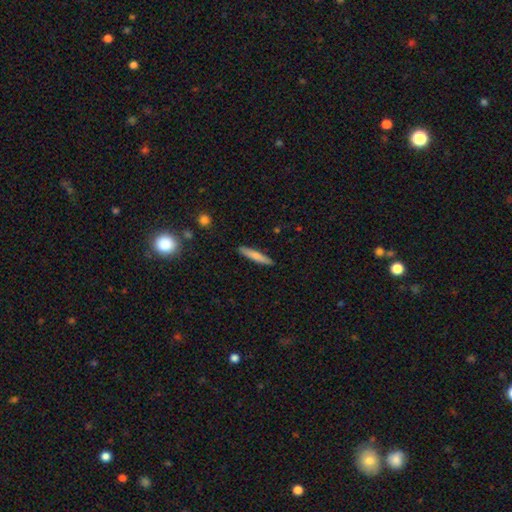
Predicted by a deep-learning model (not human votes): Smooth or featured?
  - smooth: 76% *
  - featured or disk: 19%
  - star or artifact: 6%
How rounded?
  - cigar-shaped: 92% *
  - in between: 7%
  - round: 1%
Merging?
  - none: 90% *
  - minor disturbance: 7%
  - major disturbance: 2%
  - merger: 1%